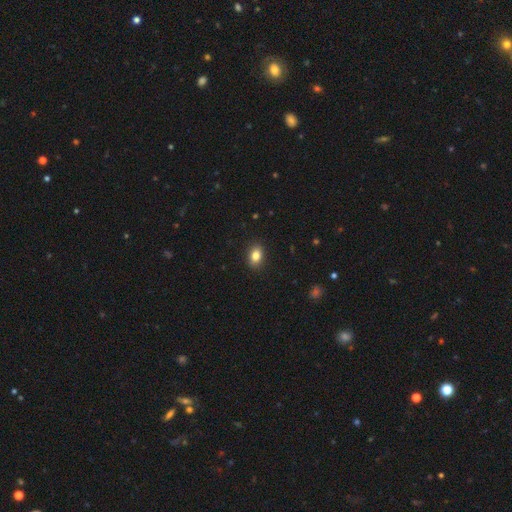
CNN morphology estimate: A smooth galaxy with no disk features (84%) that is in between round and cigar-shaped (76%).

Vote fractions:
- Smooth or featured? smooth: 84% / star or artifact: 9% / featured or disk: 7%
- How rounded? in between: 76% / round: 22% / cigar-shaped: 2%
- Merging? none: 90% / minor disturbance: 8% / major disturbance: 2% / merger: 1%